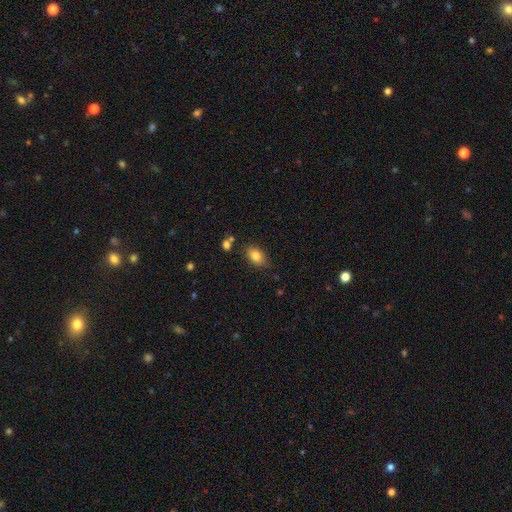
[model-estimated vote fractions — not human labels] This appears to be a smooth galaxy with no disk features (82%) that is in between round and cigar-shaped (85%). Merging: none (79%).